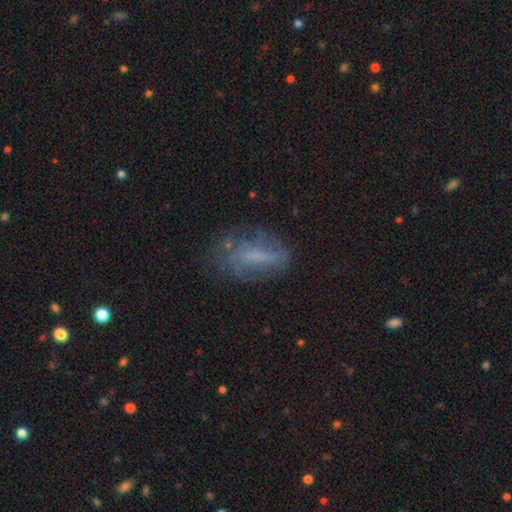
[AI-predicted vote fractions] This is possibly a smooth galaxy (46%). Merging: possibly none (56%).